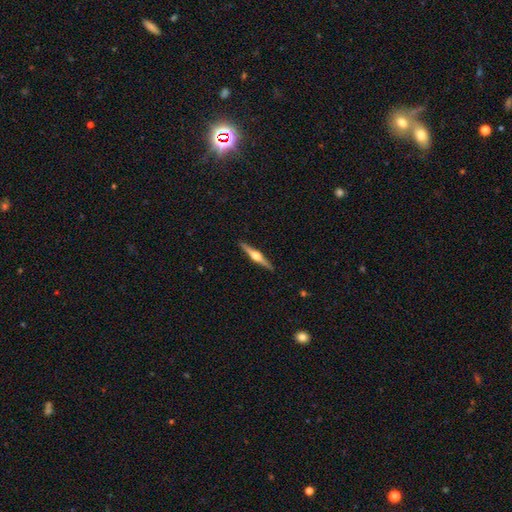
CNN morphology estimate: Smooth or featured: featured or disk — 78% (smooth — 17%)
Edge-on disk: yes — 98% (no — 2%)
Edge-on bulge: rounded — 94% (boxy — 4%)
Merging: none — 92% (minor disturbance — 6%)